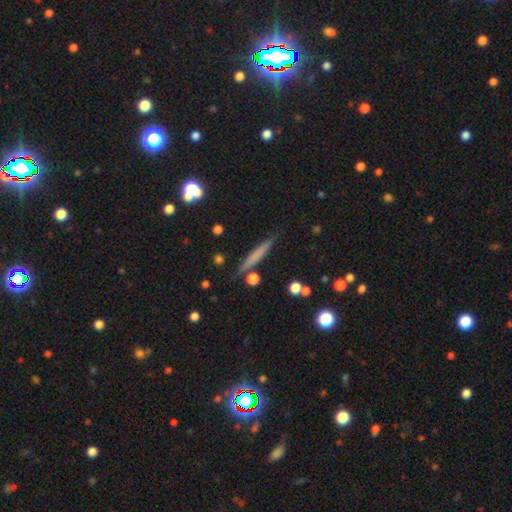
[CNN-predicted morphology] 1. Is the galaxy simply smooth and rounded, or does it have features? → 60% smooth, 32% featured or disk, 8% star or artifact.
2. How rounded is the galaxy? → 92% cigar-shaped, 5% in between, 3% round.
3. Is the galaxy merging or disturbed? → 84% none, 10% minor disturbance, 3% merger, 2% major disturbance.